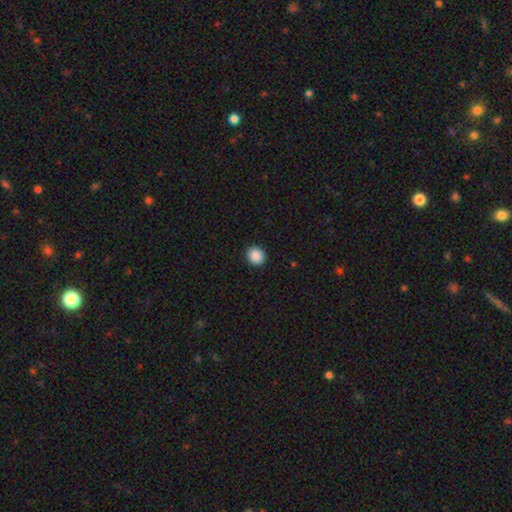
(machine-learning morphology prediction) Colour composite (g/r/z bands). It shows a smooth galaxy with no disk features (89%) that is round (87%). Merging: none (92%).